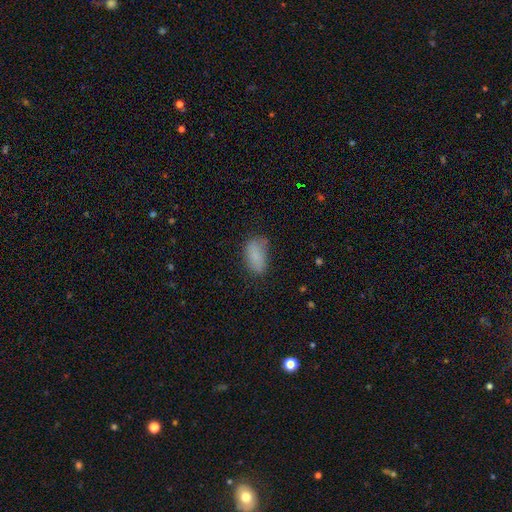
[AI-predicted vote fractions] Smooth or featured? Predicted: smooth (p=0.82). How rounded? Predicted: in between (p=0.92). Merging? Predicted: none (p=0.63).